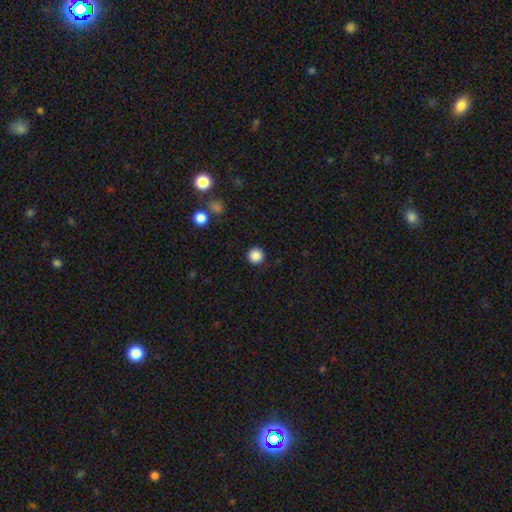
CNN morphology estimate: Smooth or featured? smooth (87%)
How rounded? round (96%)
Merging? none (92%)